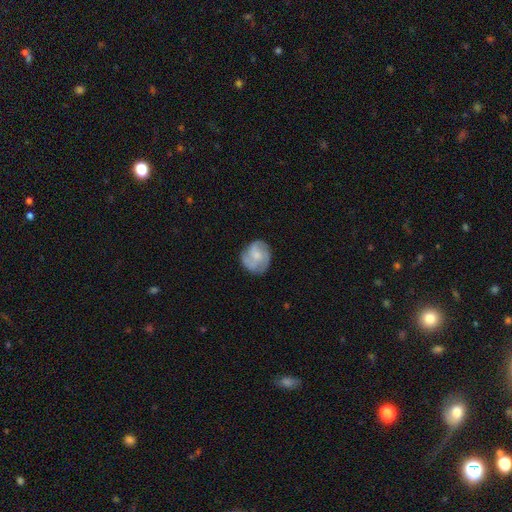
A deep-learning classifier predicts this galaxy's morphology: A featured or disk galaxy (56%) with no bar (70%), spiral arms (88%) and a small central bulge (45%).

Vote fractions:
- Smooth or featured? featured or disk: 56% / smooth: 37% / star or artifact: 7%
- Edge-on disk? no: 98% / yes: 2%
- Bar? no: 70% / weak: 26% / strong: 4%
- Spiral arms? yes: 88% / no: 12%
- Bulge size? small: 45% / moderate: 37% / none: 13% / large: 3% / dominant: 1%
- Merging? none: 74% / minor disturbance: 18% / major disturbance: 6% / merger: 1%